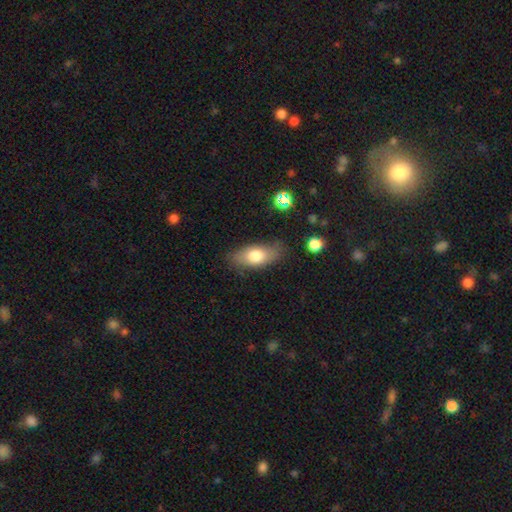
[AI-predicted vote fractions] Q: Smooth or featured?
A: smooth (73%); runner-up: featured or disk (19%)
Q: How rounded?
A: in between (86%); runner-up: cigar-shaped (9%)
Q: Merging?
A: none (74%); runner-up: minor disturbance (19%)